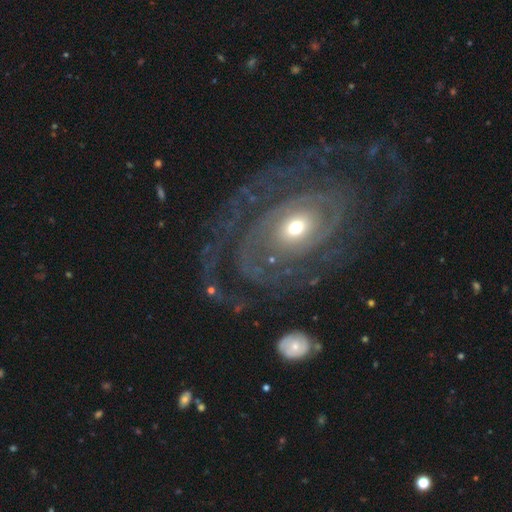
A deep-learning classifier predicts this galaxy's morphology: smooth-or-featured: featured or disk: 87% | smooth: 7% | star or artifact: 6%
  disk-edge-on: no: 96% | yes: 4%
    bar: no: 74% | weak: 18% | strong: 8%
    has-spiral-arms: yes: 90% | no: 10%
      spiral-winding: tight: 74% | medium: 20% | loose: 6%
      spiral-arm-count: can't tell: 32% | 2: 25% | 3: 16% | 4: 10% | more than 4: 8% | 1: 8%
    bulge-size: moderate: 49% | small: 45% | large: 4% | dominant: 1% | none: 1%
  merging: none: 69% | minor disturbance: 15% | major disturbance: 13% | merger: 2%